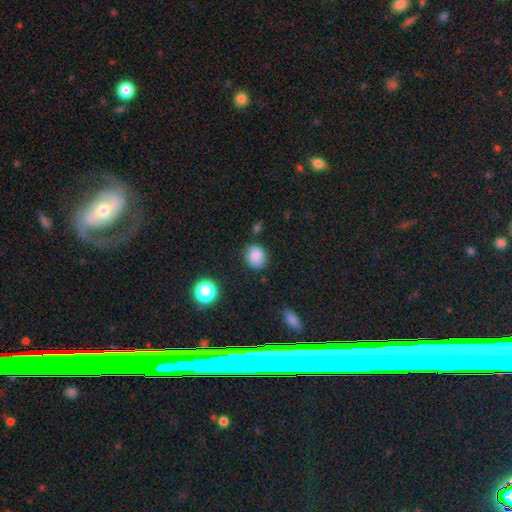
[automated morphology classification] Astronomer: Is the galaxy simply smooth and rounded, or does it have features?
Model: smooth — 82%.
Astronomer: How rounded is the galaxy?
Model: round — 64%.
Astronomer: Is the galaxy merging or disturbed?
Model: none — 78%.